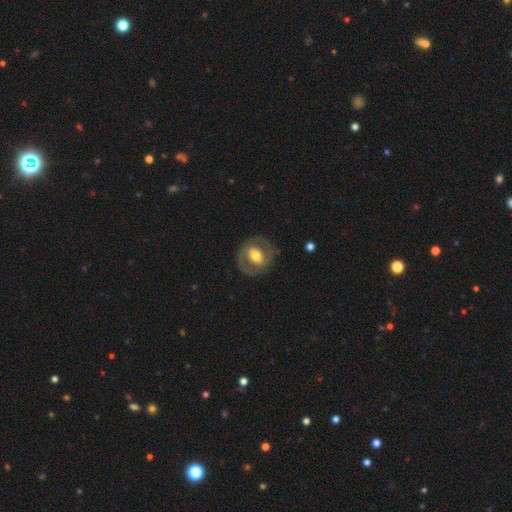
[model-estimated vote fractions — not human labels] Overall: featured or disk (69%). Edge-on disk: no (96%). Bar: weak (38%; no 32%). Spiral arms: yes (67%; no 33%). Bulge size: moderate (67%). Merging: none (81%).